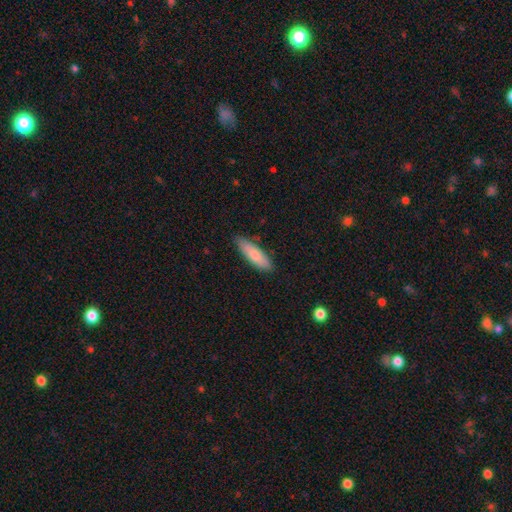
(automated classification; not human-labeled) Smooth or featured? Predicted: smooth (p=0.82). How rounded? Predicted: cigar-shaped (p=0.51). Merging? Predicted: none (p=0.83).